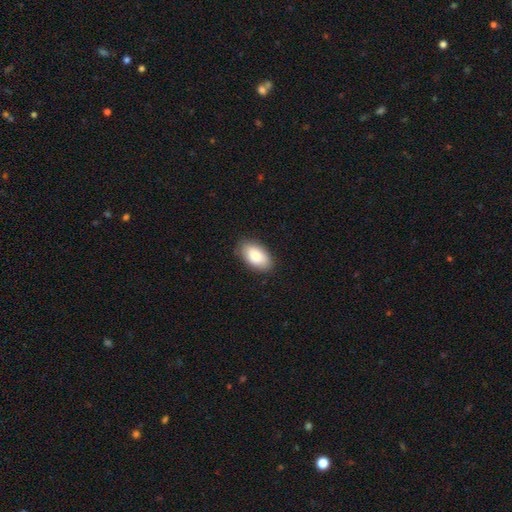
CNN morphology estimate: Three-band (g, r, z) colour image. It shows a smooth galaxy with no disk features (85%) that is in between round and cigar-shaped (94%). Merging: none (85%).